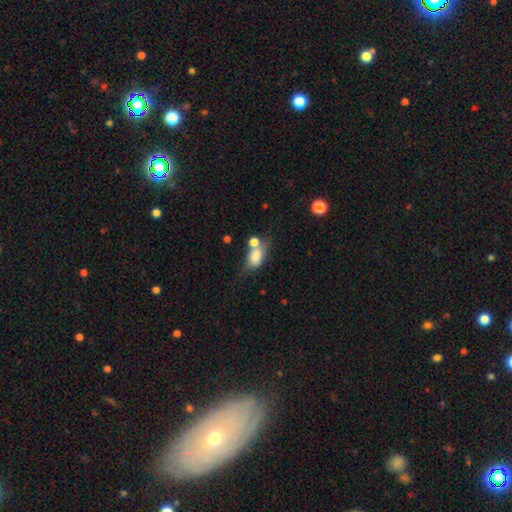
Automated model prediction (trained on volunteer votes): Smooth or featured? smooth (72%)
How rounded? in between (78%)
Merging? merger (36%)